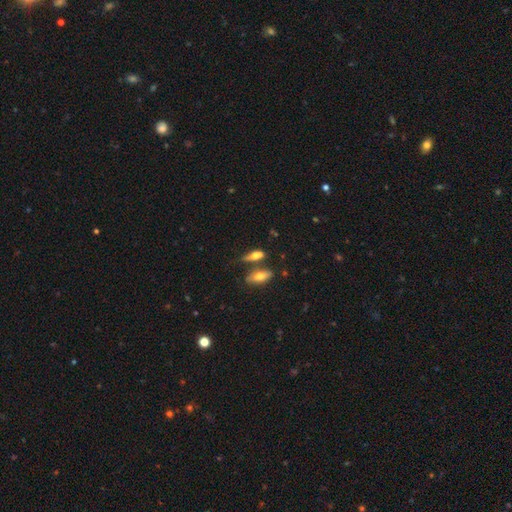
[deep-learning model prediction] Q: Smooth or featured?
A: smooth (60%); runner-up: featured or disk (31%)
Q: How rounded?
A: in between (62%); runner-up: cigar-shaped (33%)
Q: Merging?
A: none (50%); runner-up: merger (30%)